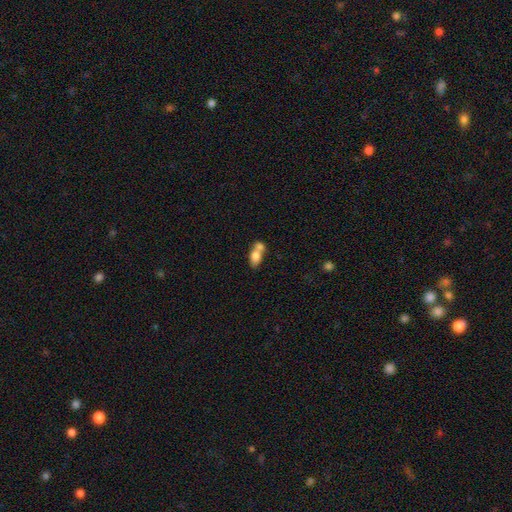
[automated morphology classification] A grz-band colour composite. It shows a smooth galaxy with no disk features (75%) that is in between round and cigar-shaped (81%). Merging: merger (62%).